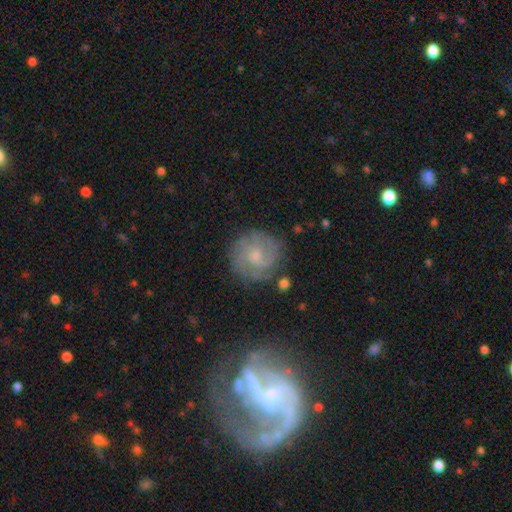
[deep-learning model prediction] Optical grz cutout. It shows a featured or disk galaxy (71%) with no bar (60%), 2 (40%) tight (54%) spiral arms (91%) and a small central bulge (50%). Merging: none (78%).